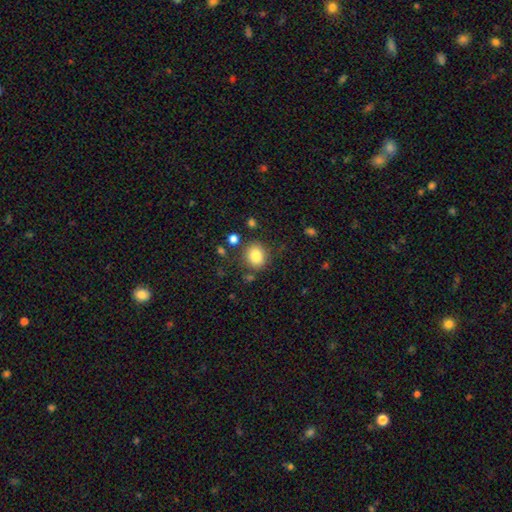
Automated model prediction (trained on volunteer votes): smooth 83%, star or artifact 10%, featured or disk 7%. Down the decision tree: how rounded — round (72%); merging — none (80%).